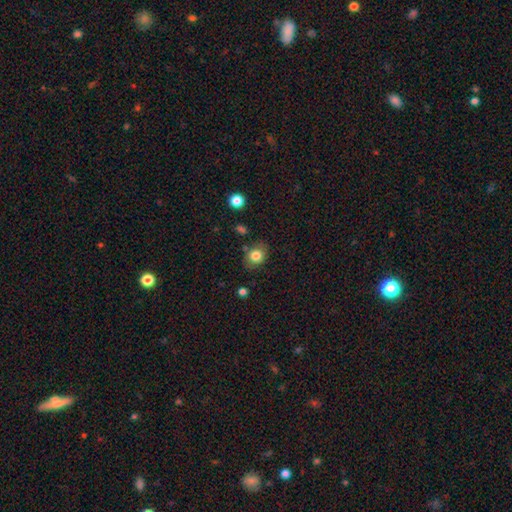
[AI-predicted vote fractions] Smooth or featured?
  - smooth: 80% *
  - featured or disk: 10%
  - star or artifact: 10%
How rounded?
  - round: 54% *
  - in between: 45%
  - cigar-shaped: 1%
Merging?
  - none: 77% *
  - minor disturbance: 16%
  - major disturbance: 4%
  - merger: 3%